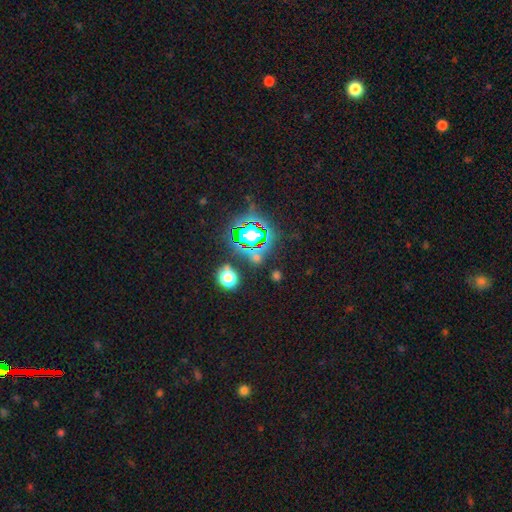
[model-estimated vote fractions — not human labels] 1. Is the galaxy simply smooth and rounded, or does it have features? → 70% star or artifact, 21% smooth, 9% featured or disk.